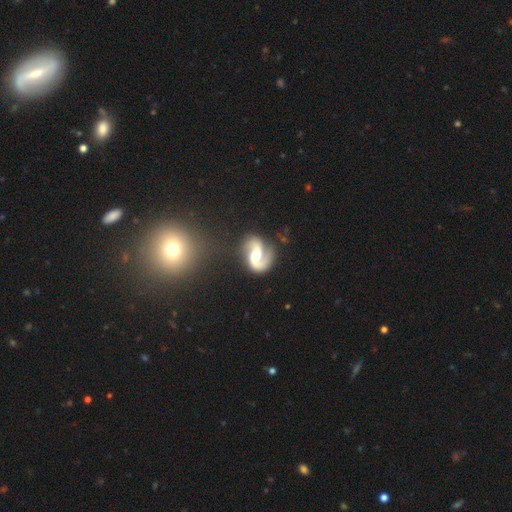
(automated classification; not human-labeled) A featured or disk galaxy (90%) with a weak bar (41%), 2 (91%) medium (47%) spiral arms (97%) and a moderate central bulge (67%).

Vote fractions:
- Smooth or featured? featured or disk: 90% / smooth: 6% / star or artifact: 4%
- Edge-on disk? no: 98% / yes: 2%
- Bar? weak: 41% / no: 34% / strong: 25%
- Spiral arms? yes: 97% / no: 3%
- Spiral winding? medium: 47% / loose: 41% / tight: 12%
- Spiral arm count? 2: 91% / 1: 4% / can't tell: 2% / 3: 1% / 4: 1% / more than 4: 1%
- Bulge size? moderate: 67% / large: 18% / small: 12% / none: 2% / dominant: 2%
- Merging? none: 74% / minor disturbance: 15% / major disturbance: 8% / merger: 3%